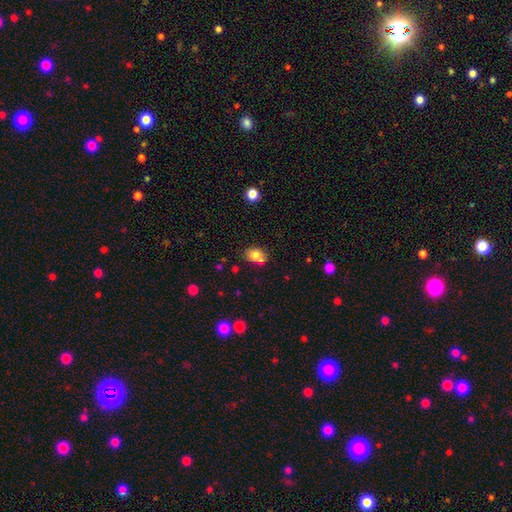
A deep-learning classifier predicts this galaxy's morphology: Smooth or featured? smooth (78%)
How rounded? round (50%)
Merging? none (60%)